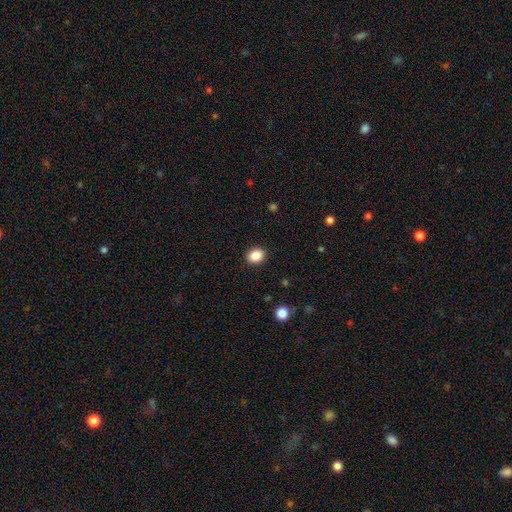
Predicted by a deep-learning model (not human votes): This appears to be a smooth galaxy with no disk features (87%) that is round (65%). Merging: none (90%).